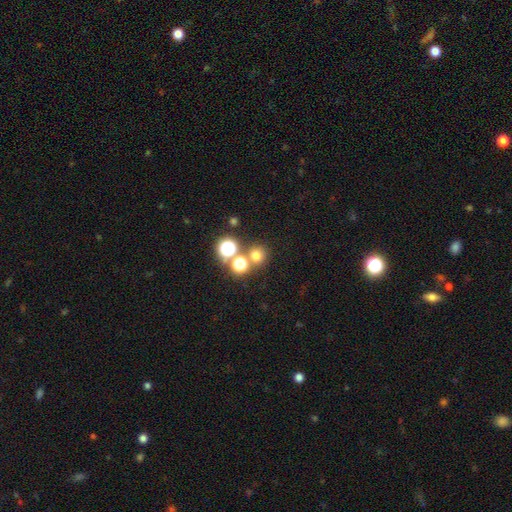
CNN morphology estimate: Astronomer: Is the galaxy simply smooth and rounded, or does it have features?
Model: smooth — 67%.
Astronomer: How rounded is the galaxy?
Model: round — 90%.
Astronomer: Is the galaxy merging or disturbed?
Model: none — 70%.